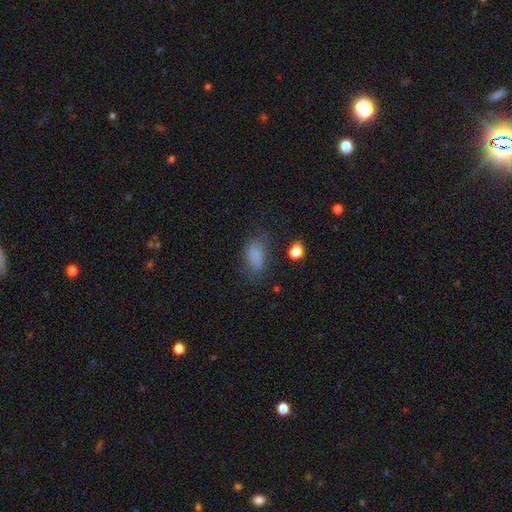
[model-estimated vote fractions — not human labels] Smooth or featured? smooth (78%)
How rounded? in between (86%)
Merging? none (58%)